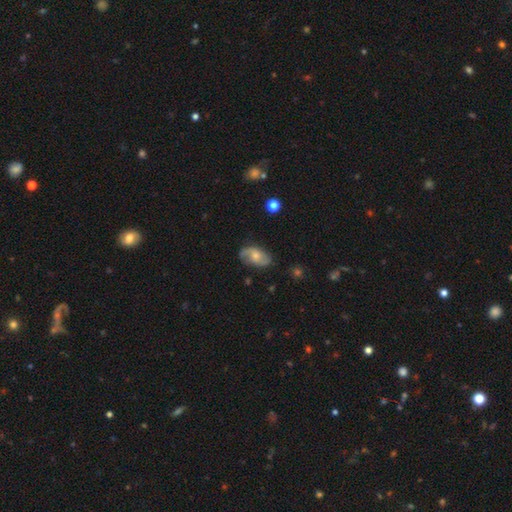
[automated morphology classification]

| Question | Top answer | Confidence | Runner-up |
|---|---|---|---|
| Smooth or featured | featured or disk | 62% | smooth (31%) |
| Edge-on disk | no | 95% | yes (5%) |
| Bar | no | 65% | weak (30%) |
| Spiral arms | yes | 88% | no (12%) |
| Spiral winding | loose | 44% | medium (39%) |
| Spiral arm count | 2 | 82% | can't tell (10%) |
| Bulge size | moderate | 50% | small (40%) |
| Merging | none | 71% | minor disturbance (21%) |